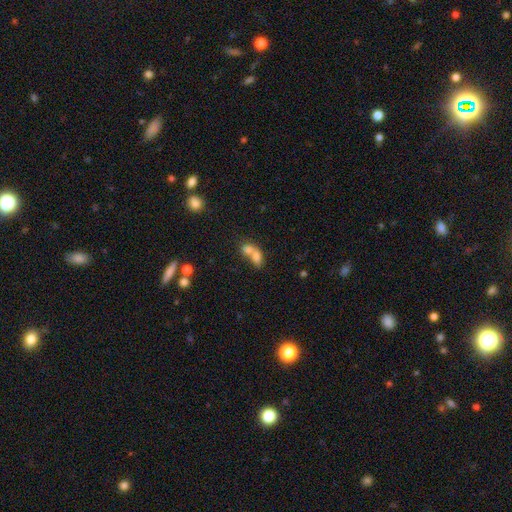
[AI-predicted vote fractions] Smooth or featured? smooth (72%)
How rounded? in between (69%)
Merging? merger (74%)